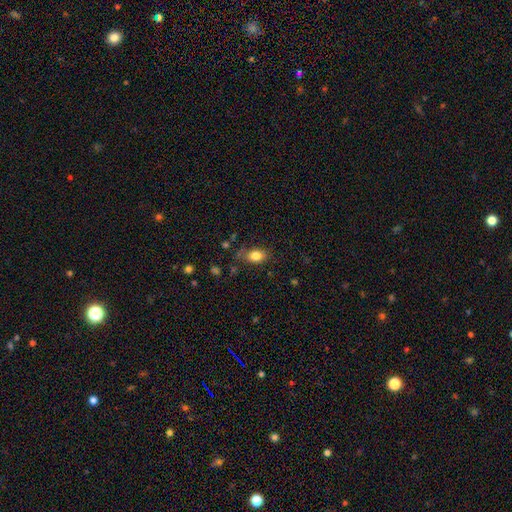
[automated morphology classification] type=smooth (82%); roundness=in between (81%); merging=none (74%).